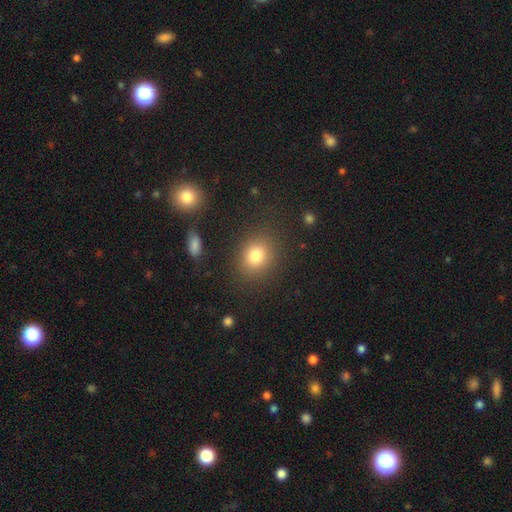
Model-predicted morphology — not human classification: Smooth or featured: smooth — 80% (star or artifact — 12%)
How rounded: round — 60% (in between — 38%)
Merging: none — 84% (minor disturbance — 9%)